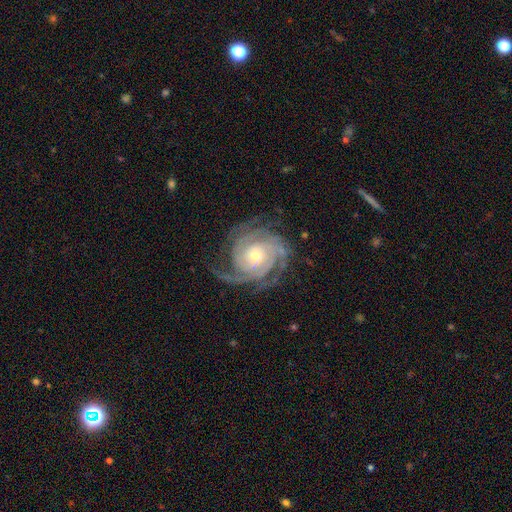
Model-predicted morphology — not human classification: featured or disk 93%, star or artifact 4%, smooth 3%. Down the decision tree: edge-on disk — no (98%); bar — no (70%); spiral arms — yes (98%); spiral arm count — 3 (33%); spiral winding — tight (72%); bulge size — small (51%); merging — none (74%).